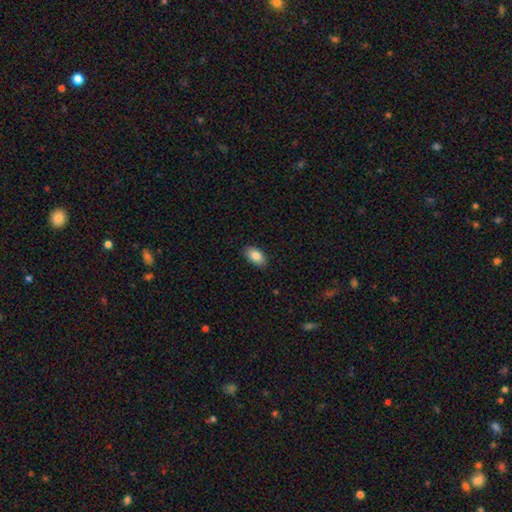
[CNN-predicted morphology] This appears to be a smooth galaxy with no disk features (84%) that is in between round and cigar-shaped (93%). Merging: none (88%).